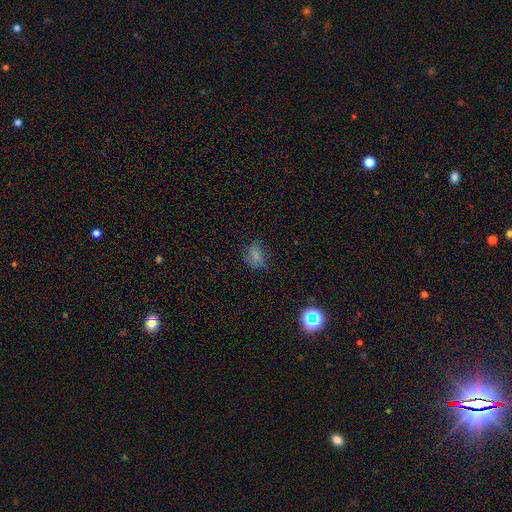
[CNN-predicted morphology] A smooth galaxy with no disk features (70%) that is in between round and cigar-shaped (58%).

Vote fractions:
- Smooth or featured? smooth: 70% / star or artifact: 17% / featured or disk: 13%
- How rounded? in between: 58% / round: 40% / cigar-shaped: 2%
- Merging? none: 65% / minor disturbance: 24% / major disturbance: 10% / merger: 2%